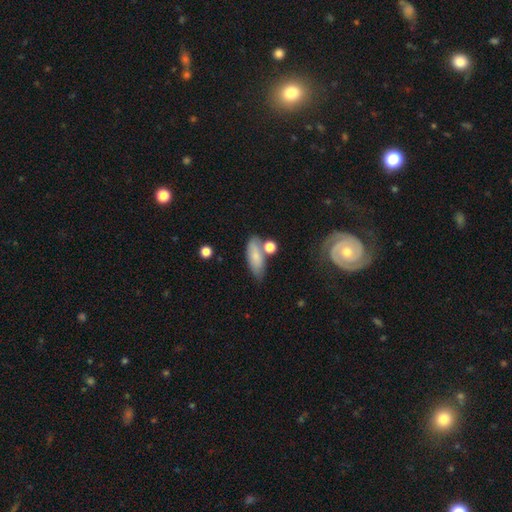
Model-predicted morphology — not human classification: Smooth or featured? Predicted: smooth (p=0.76). How rounded? Predicted: in between (p=0.75). Merging? Predicted: none (p=0.57).